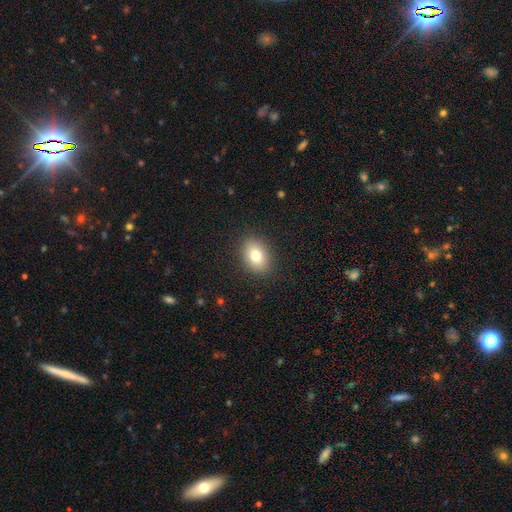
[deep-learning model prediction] Q: Smooth or featured?
A: smooth (79%); runner-up: featured or disk (11%)
Q: How rounded?
A: in between (73%); runner-up: round (25%)
Q: Merging?
A: none (89%); runner-up: minor disturbance (8%)